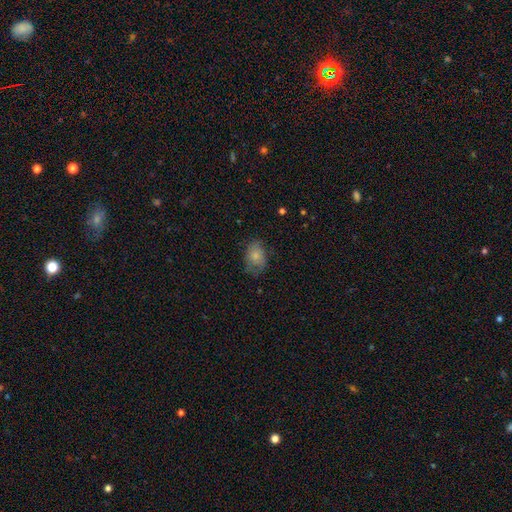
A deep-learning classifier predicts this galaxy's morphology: Q: Smooth or featured?
A: smooth (72%); runner-up: featured or disk (20%)
Q: How rounded?
A: in between (78%); runner-up: round (21%)
Q: Merging?
A: none (57%); runner-up: minor disturbance (29%)